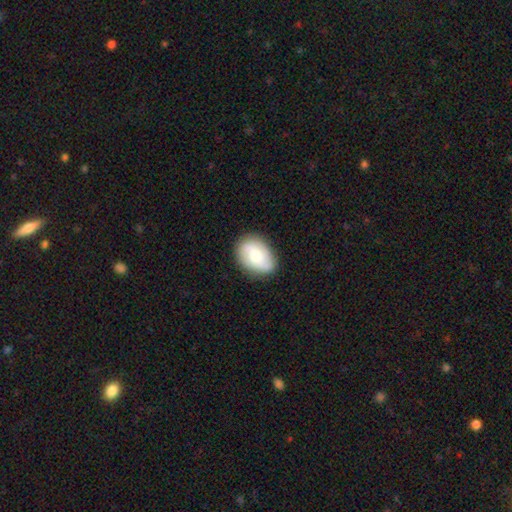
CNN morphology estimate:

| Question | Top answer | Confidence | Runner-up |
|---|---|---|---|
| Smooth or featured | smooth | 51% | featured or disk (42%) |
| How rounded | in between | 76% | round (23%) |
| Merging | none | 82% | minor disturbance (13%) |